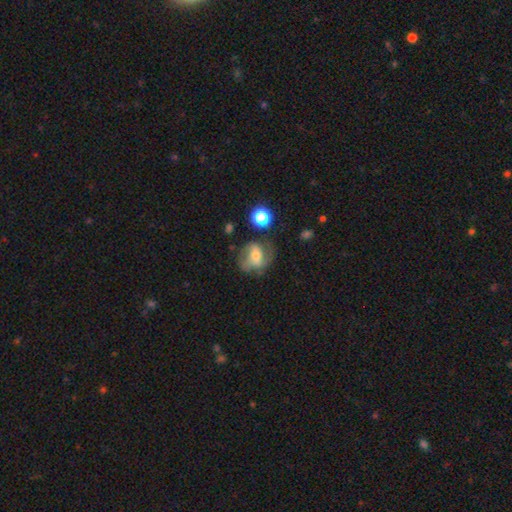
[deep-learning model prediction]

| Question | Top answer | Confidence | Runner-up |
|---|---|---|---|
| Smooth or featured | featured or disk | 62% | smooth (29%) |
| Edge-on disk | no | 96% | yes (4%) |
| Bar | weak | 39% | no (32%) |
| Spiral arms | yes | 81% | no (19%) |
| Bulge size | moderate | 51% | small (37%) |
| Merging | none | 56% | minor disturbance (22%) |